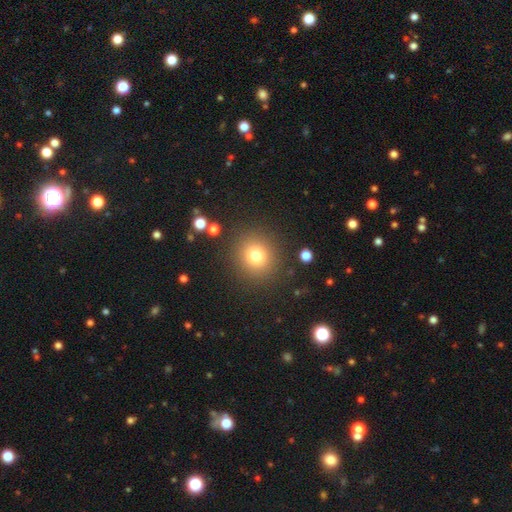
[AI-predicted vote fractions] Smooth or featured? Predicted: smooth (p=0.78). How rounded? Predicted: round (p=0.91). Merging? Predicted: none (p=0.88).